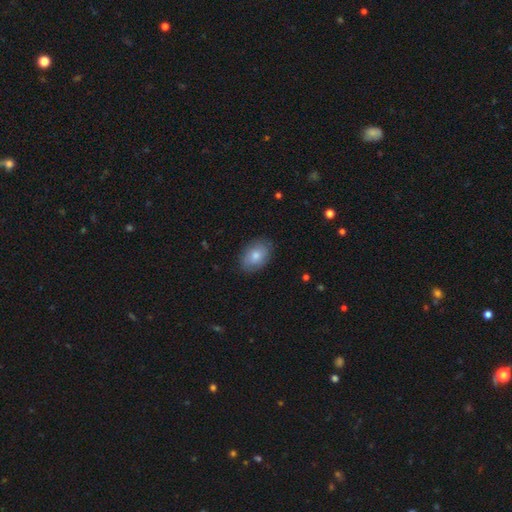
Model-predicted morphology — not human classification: The model was most divided on "smooth or featured": smooth: 78%, featured or disk: 16%, star or artifact: 7%. More confident: how rounded — in between (85%); merging — none (83%).